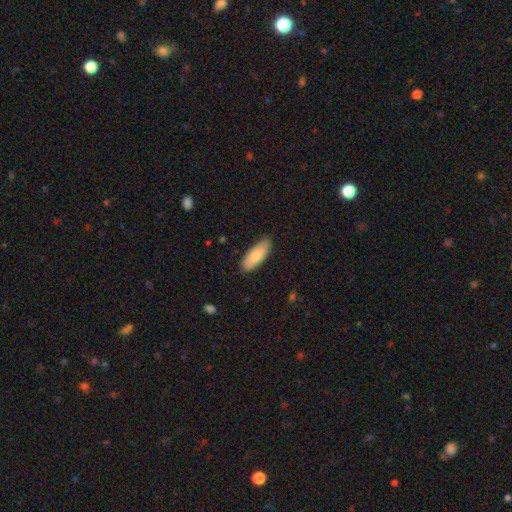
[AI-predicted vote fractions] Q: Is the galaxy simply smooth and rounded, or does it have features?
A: smooth — 81%.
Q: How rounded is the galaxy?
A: in between — 74%.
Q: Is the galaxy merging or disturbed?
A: none — 84%.